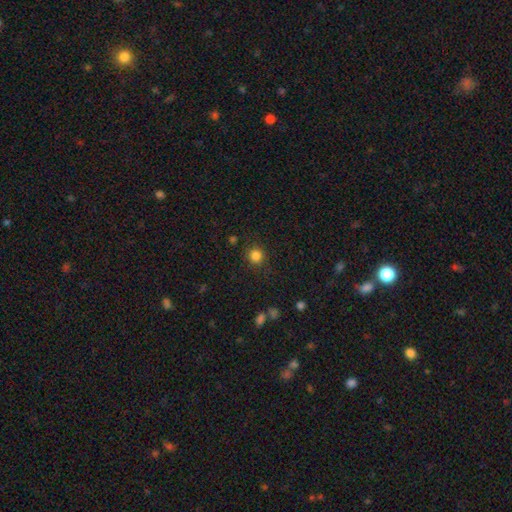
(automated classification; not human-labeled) Smooth or featured? smooth (83%)
How rounded? round (93%)
Merging? none (88%)